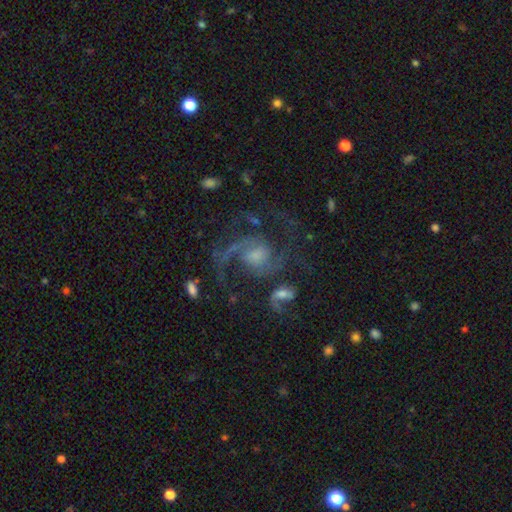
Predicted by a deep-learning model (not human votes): This appears to be a featured or disk galaxy (85%) with no bar (51%), 2 (65%) medium (52%) spiral arms (95%) and a moderate central bulge (41%). Merging: none (53%).